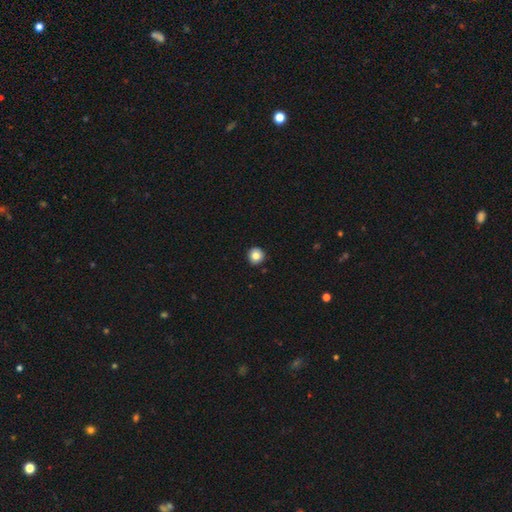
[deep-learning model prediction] Smooth or featured? Predicted: smooth (p=0.84). How rounded? Predicted: round (p=0.94). Merging? Predicted: none (p=0.92).